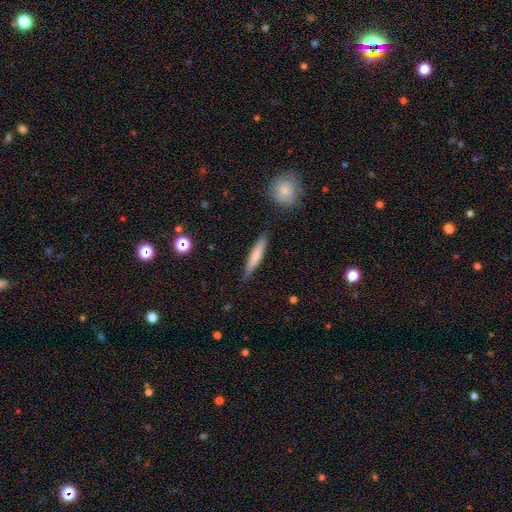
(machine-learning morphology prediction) Smooth or featured: smooth — 70% (featured or disk — 24%)
How rounded: cigar-shaped — 88% (in between — 10%)
Merging: none — 81% (minor disturbance — 14%)